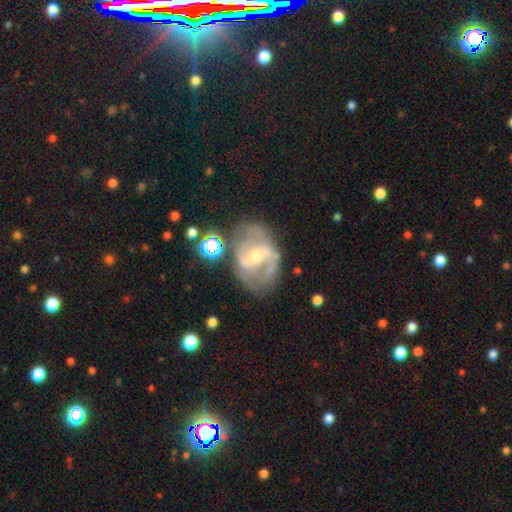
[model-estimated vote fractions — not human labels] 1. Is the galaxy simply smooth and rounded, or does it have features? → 81% featured or disk, 12% smooth, 8% star or artifact.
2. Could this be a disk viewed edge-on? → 96% no, 4% yes.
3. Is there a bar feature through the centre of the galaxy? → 43% weak, 29% strong, 28% no.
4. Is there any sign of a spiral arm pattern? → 85% yes, 15% no.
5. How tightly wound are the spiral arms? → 49% medium, 27% loose, 24% tight.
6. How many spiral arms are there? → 74% 2, 14% can't tell, 5% 3, 4% 1, 2% 4, 2% more than 4.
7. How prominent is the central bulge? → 55% small, 40% moderate, 2% large, 2% none, 1% dominant.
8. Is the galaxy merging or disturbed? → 61% none, 20% minor disturbance, 13% major disturbance, 5% merger.